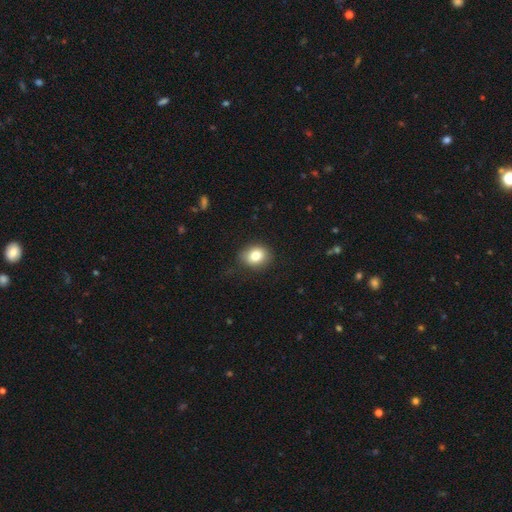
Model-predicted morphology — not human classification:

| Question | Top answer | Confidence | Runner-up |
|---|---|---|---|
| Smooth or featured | smooth | 80% | featured or disk (10%) |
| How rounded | round | 60% | in between (39%) |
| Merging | none | 83% | minor disturbance (12%) |